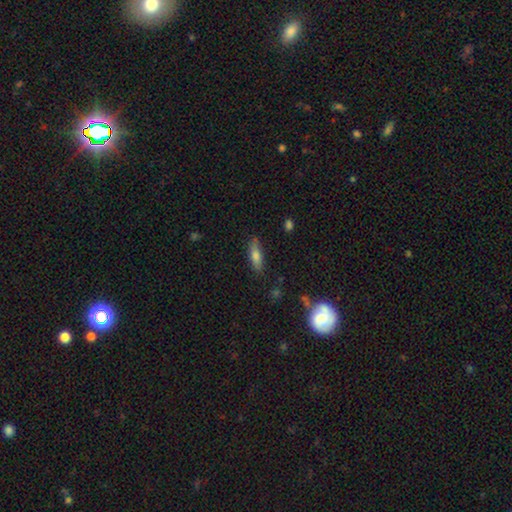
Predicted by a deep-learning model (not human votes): smooth 72%, featured or disk 19%, star or artifact 8%. Down the decision tree: how rounded — cigar-shaped (50%); merging — none (82%).